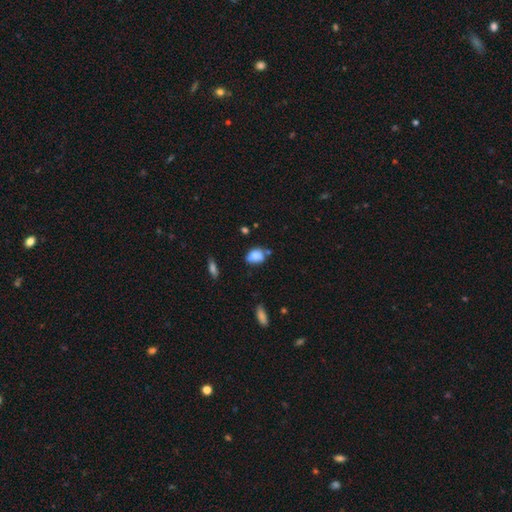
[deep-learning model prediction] Smooth or featured? smooth (81%)
How rounded? in between (72%)
Merging? none (55%)